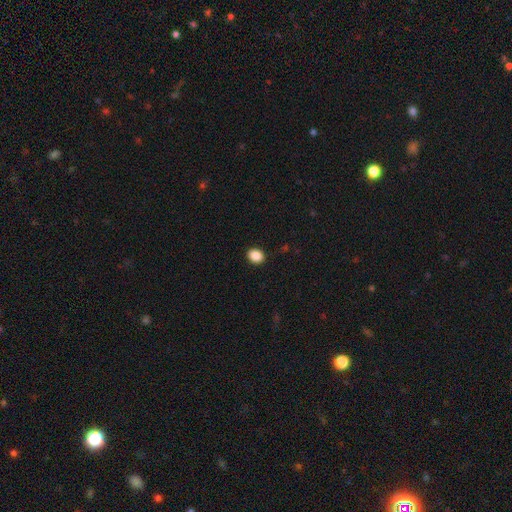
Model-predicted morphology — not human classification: Smooth or featured? Predicted: smooth (p=0.89). How rounded? Predicted: in between (p=0.51). Merging? Predicted: none (p=0.90).